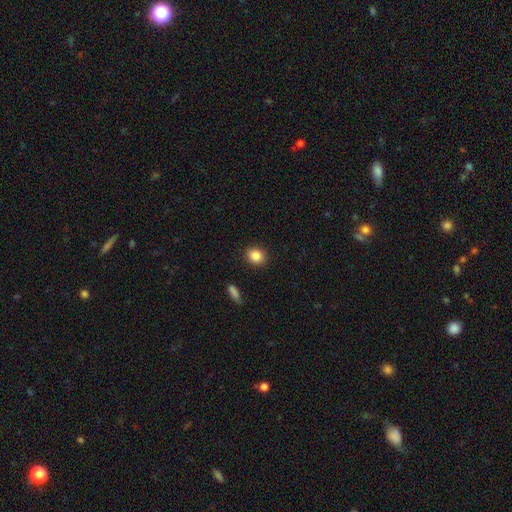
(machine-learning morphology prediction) smooth 85%, star or artifact 10%, featured or disk 5%. Down the decision tree: how rounded — round (67%); merging — none (90%).